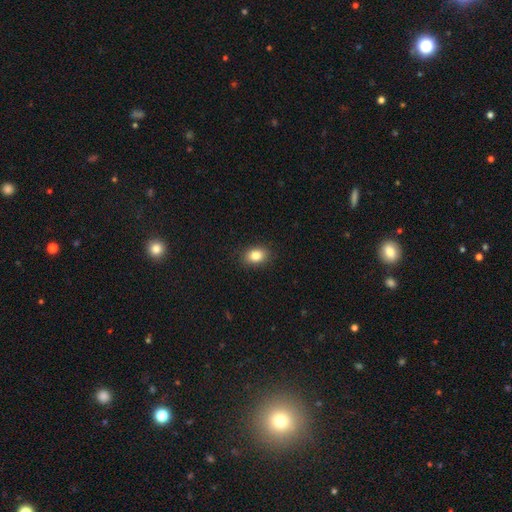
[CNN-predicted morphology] A smooth galaxy with no disk features (84%) that is in between round and cigar-shaped (68%). Merging: none (88%).